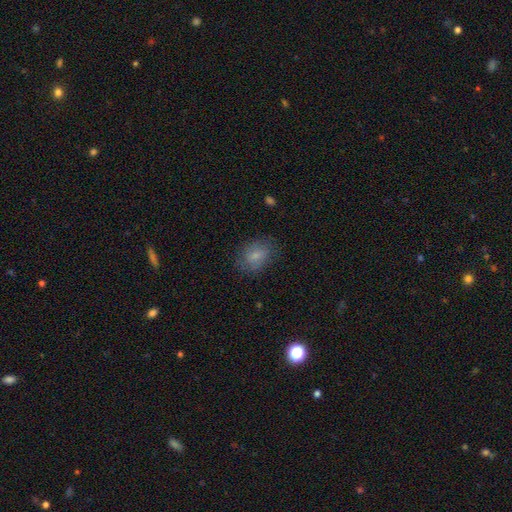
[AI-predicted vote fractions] Smooth or featured: smooth — 77% (featured or disk — 14%)
How rounded: in between — 66% (round — 32%)
Merging: none — 76% (minor disturbance — 17%)